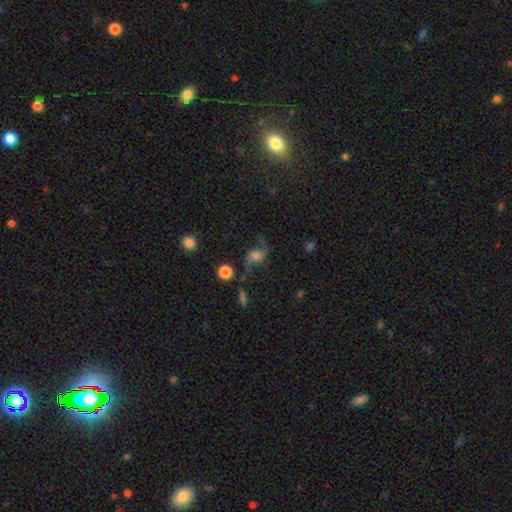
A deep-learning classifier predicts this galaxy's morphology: A featured or disk galaxy (70%) with no bar (59%), 2 (92%) loose (86%) spiral arms (94%) and a moderate central bulge (27%). Merging: none (64%).